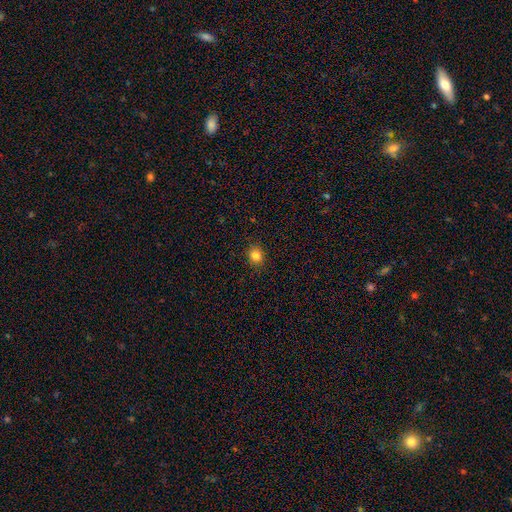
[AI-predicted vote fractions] This is clearly a smooth galaxy (83%). How rounded: likely round (77%). Merging: clearly none (90%).